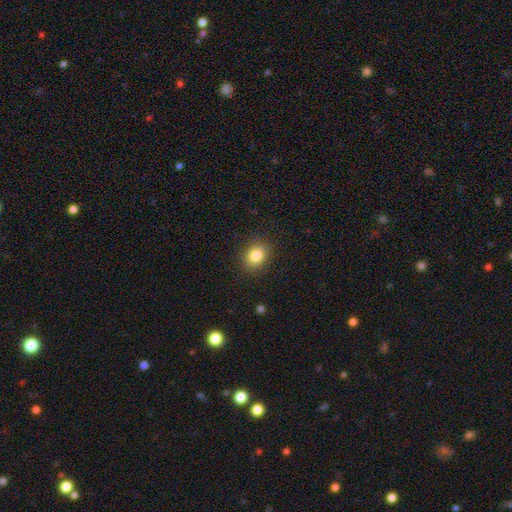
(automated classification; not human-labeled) smooth_or_featured: smooth (p=0.83) [alt: star or artifact p=0.10]
how_rounded: round (p=0.51) [alt: in between p=0.48]
merging: none (p=0.88) [alt: minor disturbance p=0.08]